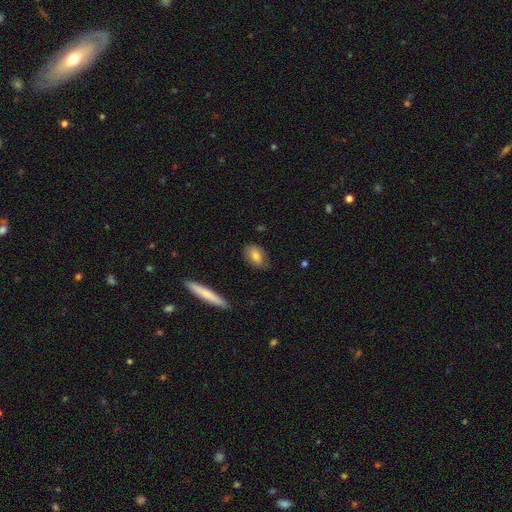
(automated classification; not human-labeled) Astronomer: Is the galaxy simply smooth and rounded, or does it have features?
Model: smooth — 76%.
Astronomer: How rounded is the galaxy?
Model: in between — 83%.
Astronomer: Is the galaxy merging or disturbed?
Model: none — 76%.